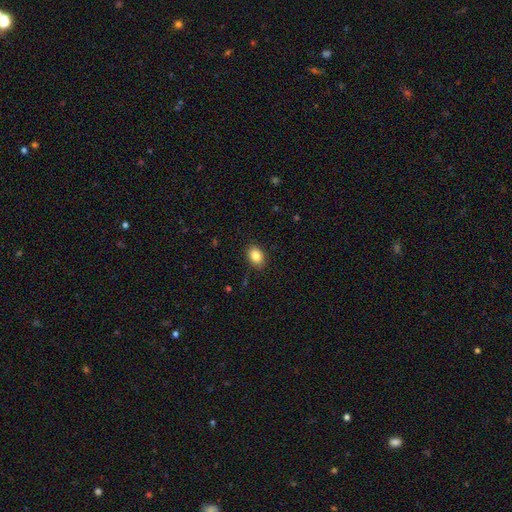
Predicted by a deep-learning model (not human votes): Morphology: type=smooth (85%); roundness=in between (76%); merging=none (87%).